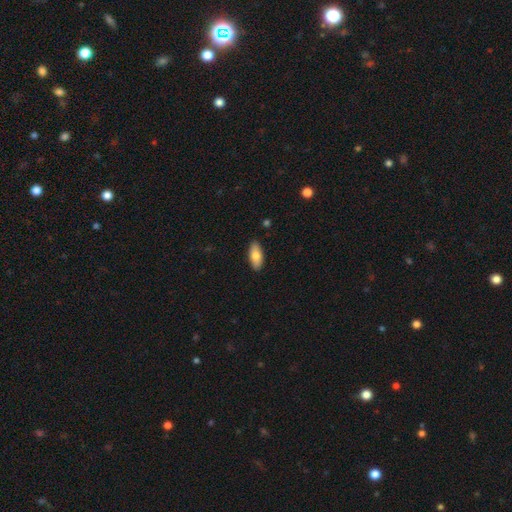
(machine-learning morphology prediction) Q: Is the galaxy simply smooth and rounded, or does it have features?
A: smooth — 80%.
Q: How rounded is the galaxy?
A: in between — 83%.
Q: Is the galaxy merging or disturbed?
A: none — 89%.